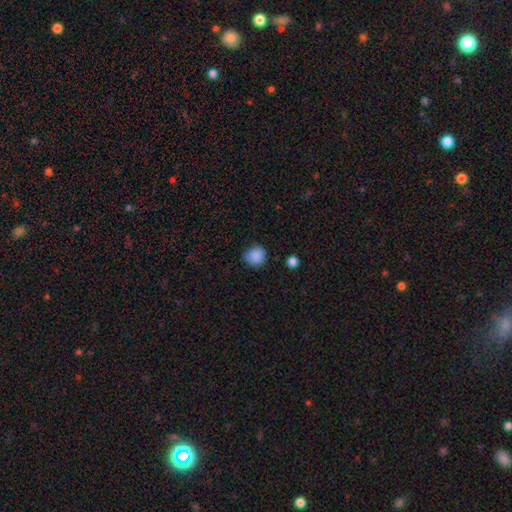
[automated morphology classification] A smooth galaxy with no disk features (86%) that is round (87%). Merging: none (72%).